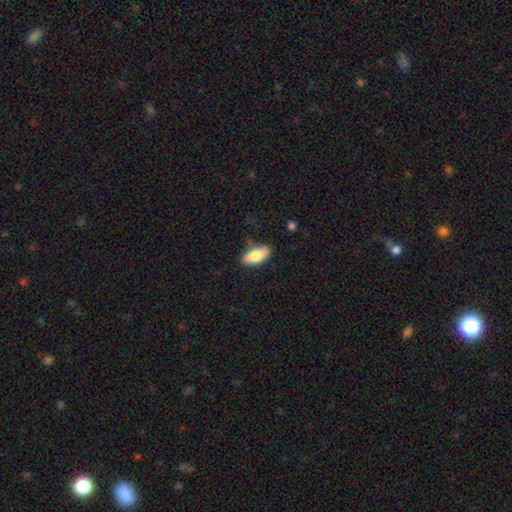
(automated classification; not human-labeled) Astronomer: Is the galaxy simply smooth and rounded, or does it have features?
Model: smooth — 82%.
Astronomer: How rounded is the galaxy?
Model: in between — 89%.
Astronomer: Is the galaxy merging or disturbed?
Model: none — 80%.